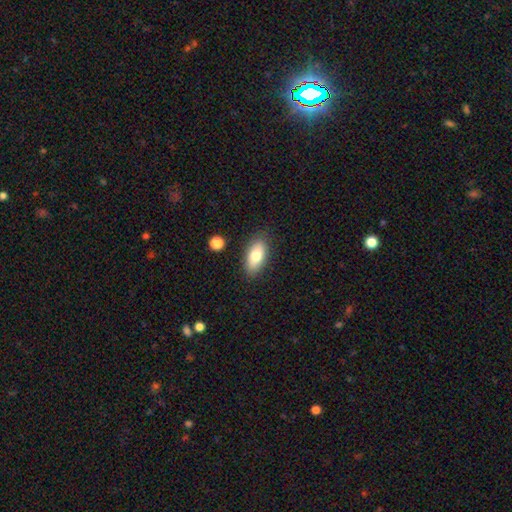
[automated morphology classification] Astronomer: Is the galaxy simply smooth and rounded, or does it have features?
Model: smooth — 78%.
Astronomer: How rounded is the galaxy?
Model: in between — 89%.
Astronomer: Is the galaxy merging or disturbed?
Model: none — 84%.